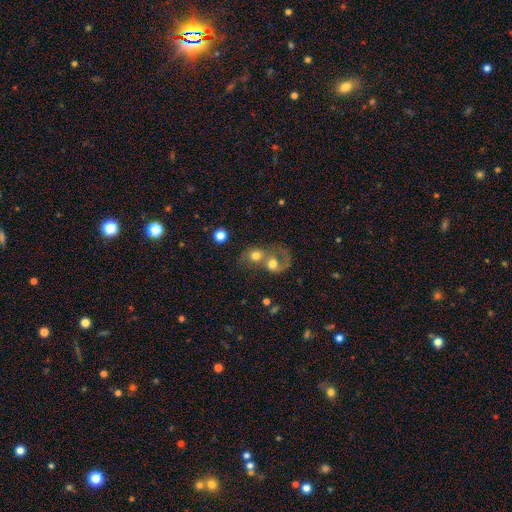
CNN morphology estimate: Q: Smooth or featured?
A: smooth (58%); runner-up: featured or disk (31%)
Q: How rounded?
A: round (68%); runner-up: in between (31%)
Q: Merging?
A: merger (74%); runner-up: none (13%)